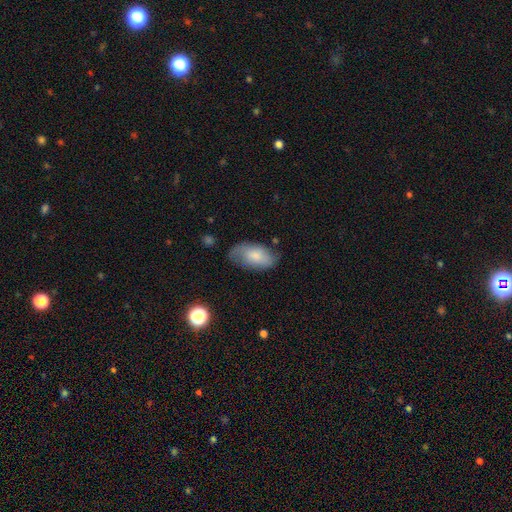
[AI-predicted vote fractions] Overall: smooth (71%). How rounded: in between (94%). Merging: none (65%; minor disturbance 26%).